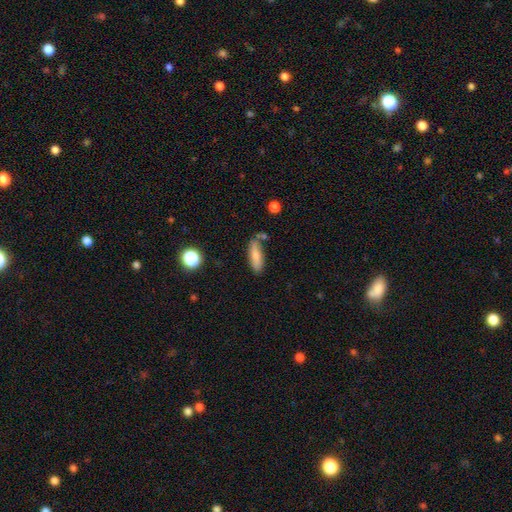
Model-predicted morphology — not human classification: A smooth galaxy with no disk features (75%) that is in between round and cigar-shaped (54%).

Vote fractions:
- Smooth or featured? smooth: 75% / featured or disk: 17% / star or artifact: 8%
- How rounded? in between: 54% / cigar-shaped: 43% / round: 3%
- Merging? none: 66% / minor disturbance: 21% / merger: 8% / major disturbance: 5%